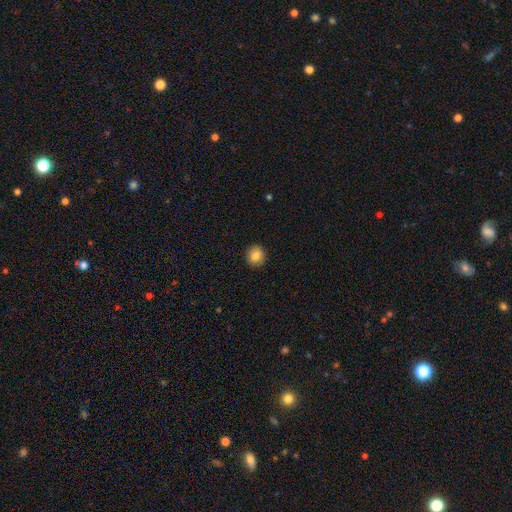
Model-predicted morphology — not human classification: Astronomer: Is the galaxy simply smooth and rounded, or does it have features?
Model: smooth — 83%.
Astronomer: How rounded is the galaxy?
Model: round — 79%.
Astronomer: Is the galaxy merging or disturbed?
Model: none — 90%.